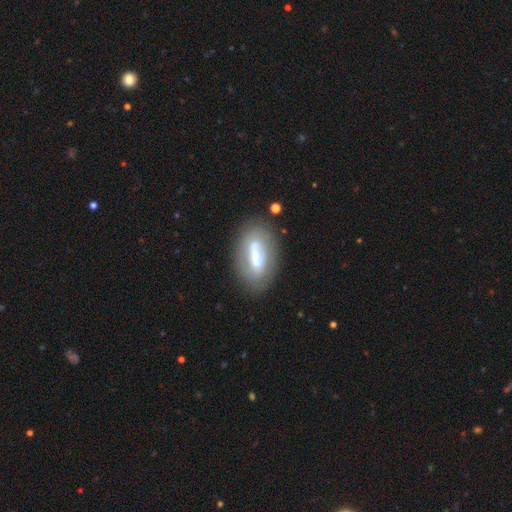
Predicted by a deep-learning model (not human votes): A featured or disk galaxy (49%).

Vote fractions:
- Smooth or featured? featured or disk: 49% / smooth: 43% / star or artifact: 8%
- Merging? none: 72% / minor disturbance: 18% / major disturbance: 7% / merger: 4%